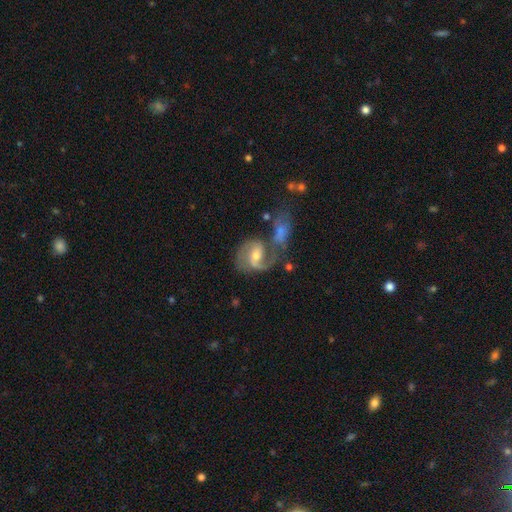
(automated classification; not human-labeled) Q: Smooth or featured?
A: featured or disk (81%); runner-up: smooth (13%)
Q: Edge-on disk?
A: no (97%); runner-up: yes (3%)
Q: Bar?
A: weak (51%); runner-up: no (28%)
Q: Spiral arms?
A: yes (94%); runner-up: no (6%)
Q: Spiral winding?
A: medium (54%); runner-up: loose (30%)
Q: Spiral arm count?
A: 2 (82%); runner-up: 1 (9%)
Q: Bulge size?
A: moderate (55%); runner-up: small (36%)
Q: Merging?
A: none (38%); runner-up: merger (33%)